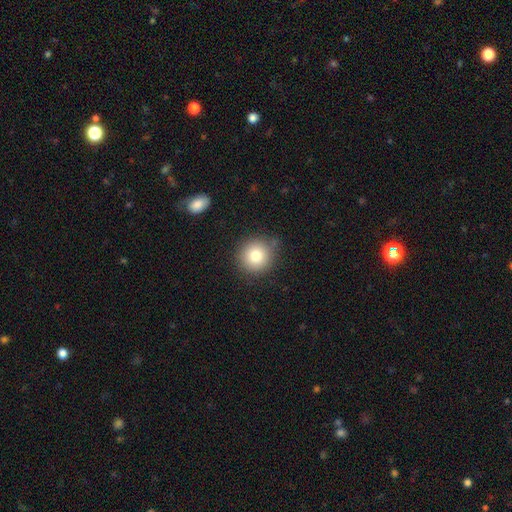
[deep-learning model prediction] smooth-or-featured: smooth: 78% | star or artifact: 11% | featured or disk: 10%
  how-rounded: round: 92% | in between: 7% | cigar-shaped: 1%
  merging: none: 83% | minor disturbance: 11% | major disturbance: 3% | merger: 3%